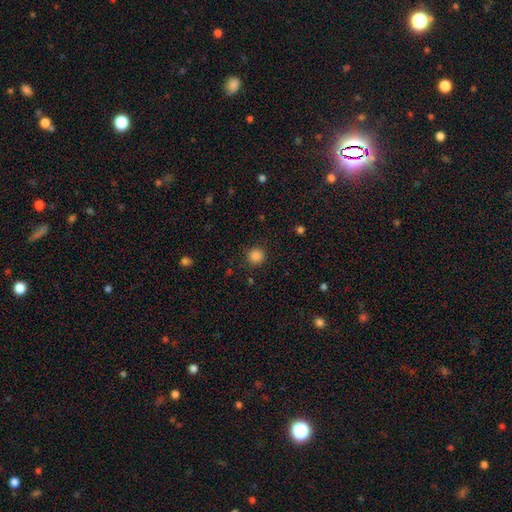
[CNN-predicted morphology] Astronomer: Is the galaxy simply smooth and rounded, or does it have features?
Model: smooth — 86%.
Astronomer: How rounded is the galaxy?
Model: round — 92%.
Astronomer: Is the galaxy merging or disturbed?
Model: none — 89%.